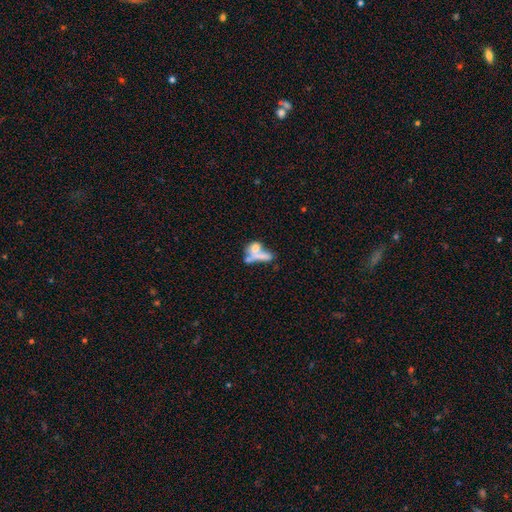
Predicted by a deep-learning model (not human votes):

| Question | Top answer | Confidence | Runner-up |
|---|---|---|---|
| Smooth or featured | smooth | 54% | featured or disk (35%) |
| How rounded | in between | 63% | round (21%) |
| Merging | merger | 56% | none (20%) |